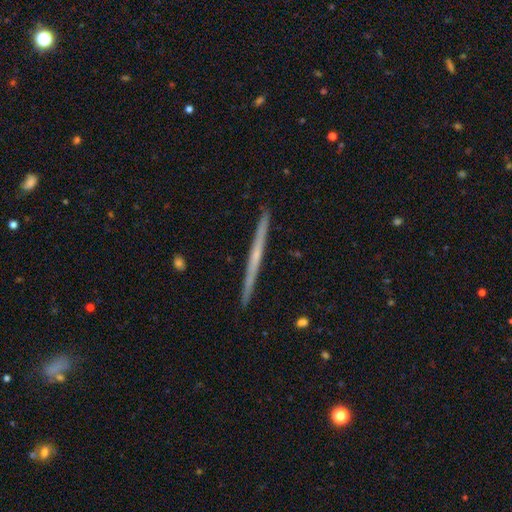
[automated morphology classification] Smooth or featured? Predicted: featured or disk (p=0.65). Edge-on disk? Predicted: yes (p=0.98). Edge-on bulge? Predicted: none (p=0.73). Merging? Predicted: none (p=0.93).